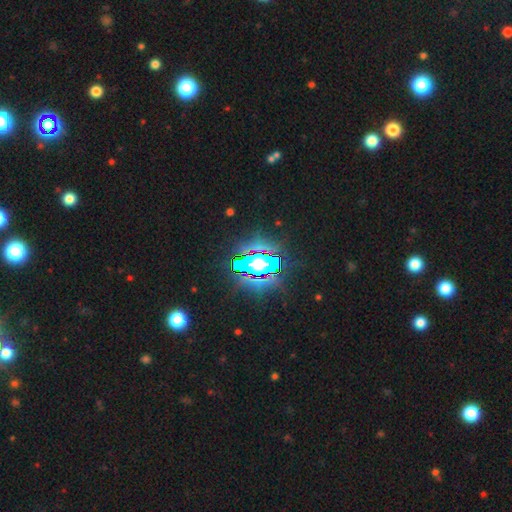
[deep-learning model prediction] Smooth or featured? Predicted: star or artifact (p=0.82).